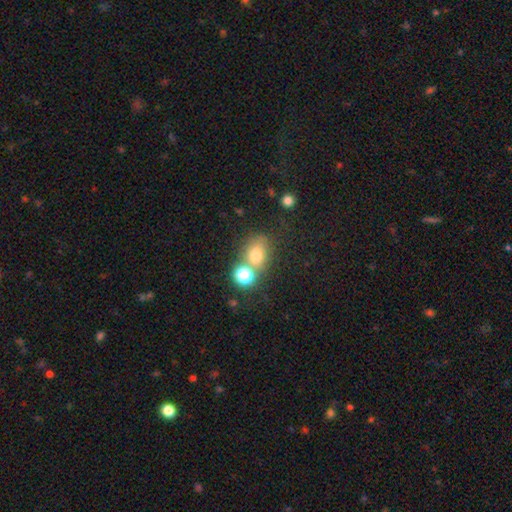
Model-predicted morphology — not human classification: The model was most divided on "how rounded": round: 50%, in between: 48%, cigar-shaped: 1%. More confident: smooth or featured — smooth (71%); merging — none (52%).